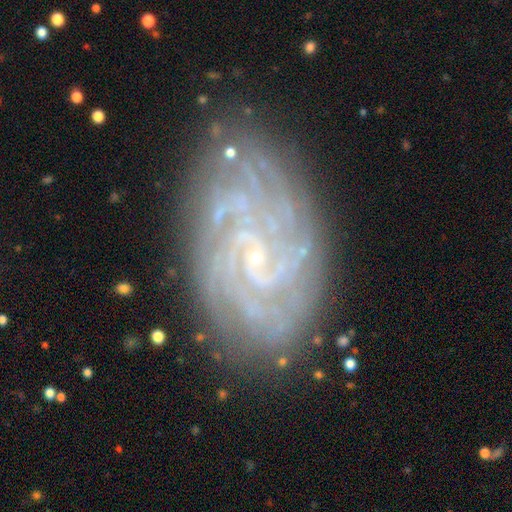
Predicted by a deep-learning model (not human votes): Smooth or featured?
  - featured or disk: 85% *
  - star or artifact: 8%
  - smooth: 7%
Edge-on disk?
  - no: 97% *
  - yes: 3%
Bar?
  - no: 49% *
  - weak: 40%
  - strong: 11%
Spiral arms?
  - yes: 97% *
  - no: 3%
Spiral winding?
  - tight: 71% *
  - medium: 23%
  - loose: 5%
Spiral arm count?
  - can't tell: 30% *
  - 4: 18%
  - more than 4: 18%
  - 2: 13%
  - 3: 13%
  - 1: 8%
Bulge size?
  - small: 83% *
  - moderate: 9%
  - none: 6%
  - large: 1%
  - dominant: 1%
Merging?
  - none: 79% *
  - minor disturbance: 14%
  - major disturbance: 5%
  - merger: 2%